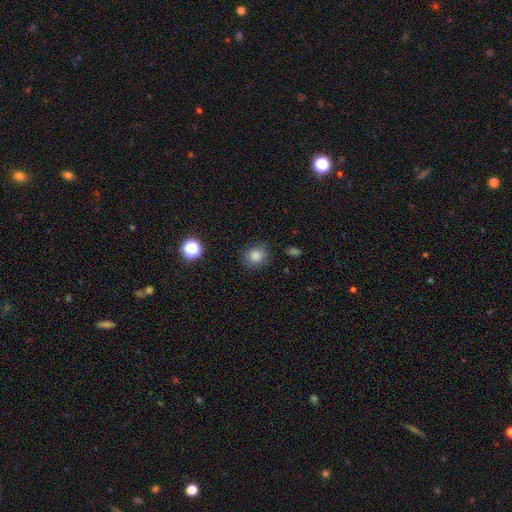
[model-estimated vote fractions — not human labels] Morphology: type=smooth (84%); roundness=round (73%); merging=none (81%).